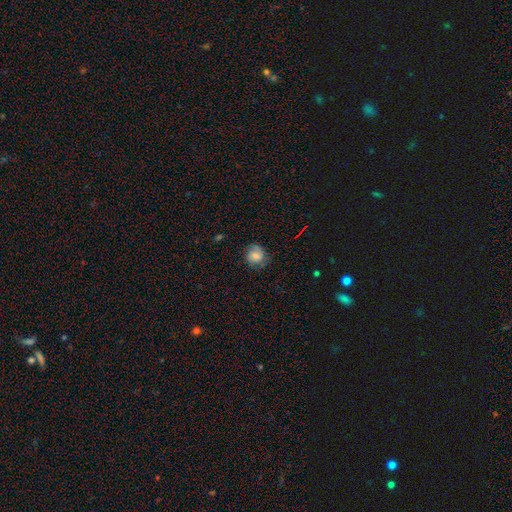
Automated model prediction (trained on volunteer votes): This is possibly a smooth galaxy (55%). How rounded: likely round (77%). Merging: likely none (68%).